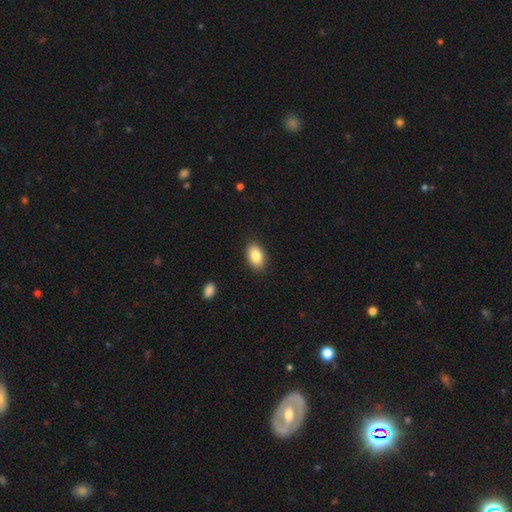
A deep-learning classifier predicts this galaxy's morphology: This is clearly a smooth galaxy (85%). How rounded: clearly in between (91%). Merging: clearly none (89%).